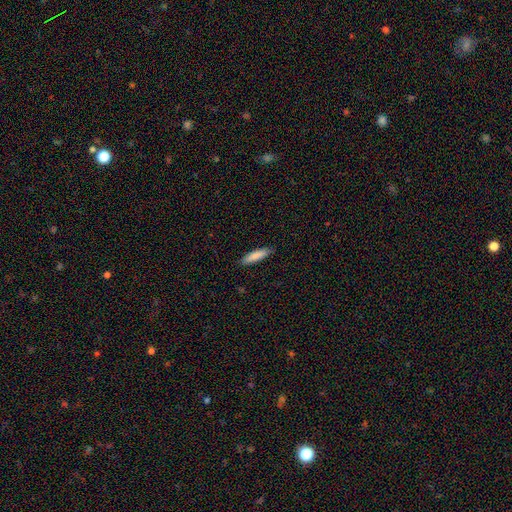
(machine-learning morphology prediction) smooth 84%, featured or disk 10%, star or artifact 6%. Down the decision tree: how rounded — cigar-shaped (76%); merging — none (87%).